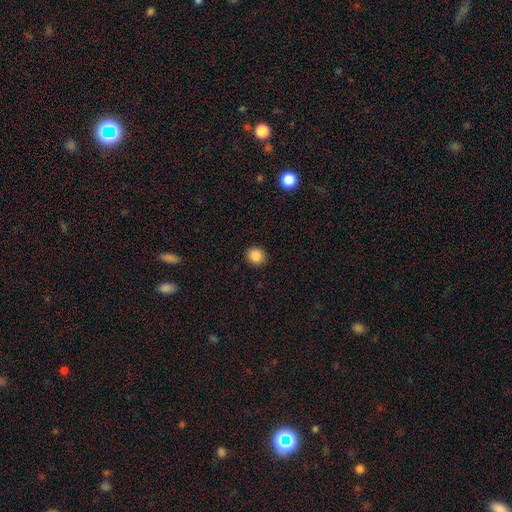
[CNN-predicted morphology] type=smooth (87%); roundness=round (84%); merging=none (92%).